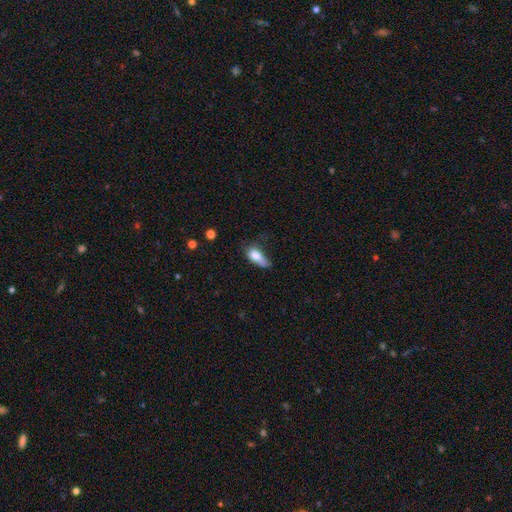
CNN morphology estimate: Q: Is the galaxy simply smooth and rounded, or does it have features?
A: smooth — 75%.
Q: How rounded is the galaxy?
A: in between — 82%.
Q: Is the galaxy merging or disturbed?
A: minor disturbance — 38%.